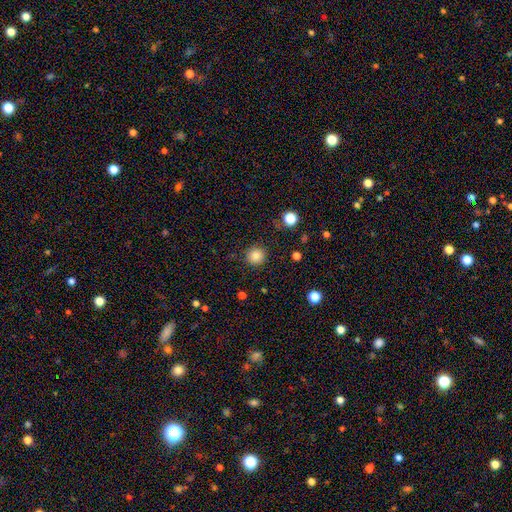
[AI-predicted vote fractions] A smooth galaxy with no disk features (84%) that is round (93%). Merging: none (89%).